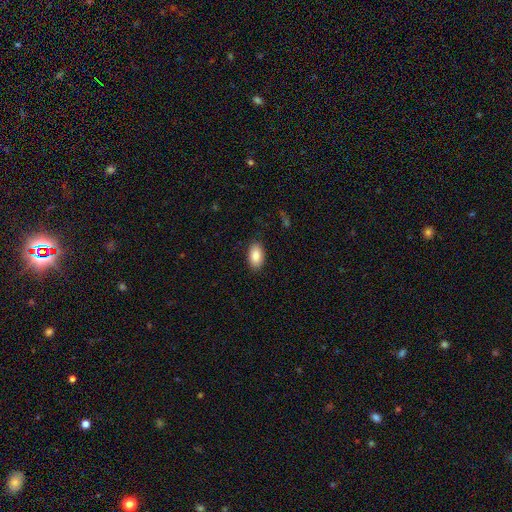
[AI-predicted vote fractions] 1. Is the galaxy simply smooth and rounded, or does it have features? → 87% smooth, 7% star or artifact, 6% featured or disk.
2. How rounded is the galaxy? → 94% in between, 4% round, 2% cigar-shaped.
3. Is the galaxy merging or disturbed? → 88% none, 9% minor disturbance, 2% major disturbance, 1% merger.